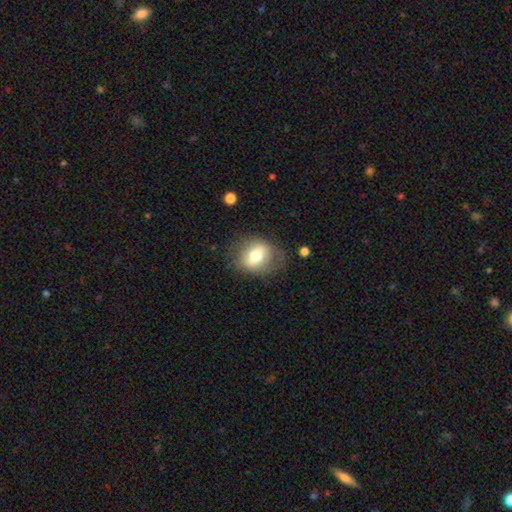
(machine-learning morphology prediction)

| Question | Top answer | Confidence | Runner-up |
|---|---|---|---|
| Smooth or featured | smooth | 56% | featured or disk (36%) |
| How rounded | in between | 53% | round (45%) |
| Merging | none | 68% | minor disturbance (20%) |